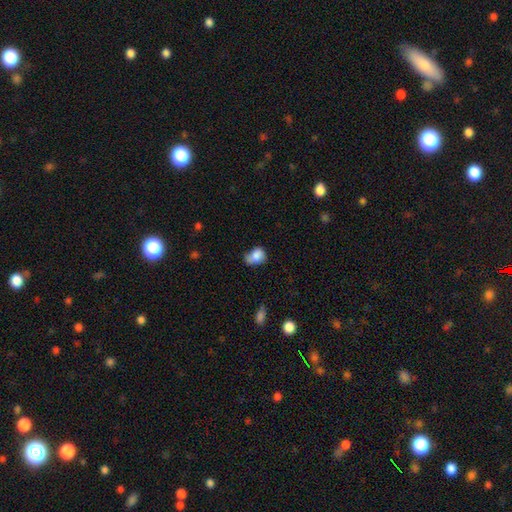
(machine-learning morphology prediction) The model was most divided on "merging": minor disturbance: 41%, none: 40%, major disturbance: 13%, merger: 6%. More confident: smooth or featured — smooth (80%); how rounded — in between (67%).